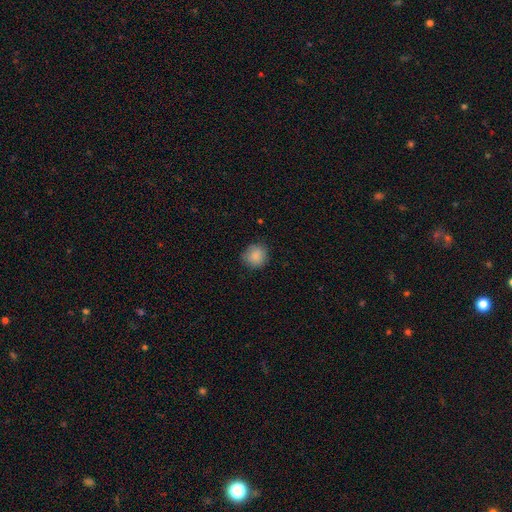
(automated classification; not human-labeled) Morphology: type=smooth (87%); roundness=round (90%); merging=none (83%).